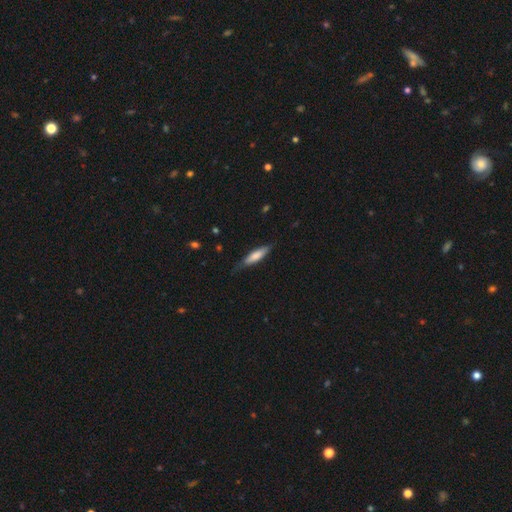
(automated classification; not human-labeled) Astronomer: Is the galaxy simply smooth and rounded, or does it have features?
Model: smooth — 70%.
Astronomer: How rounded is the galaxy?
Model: cigar-shaped — 71%.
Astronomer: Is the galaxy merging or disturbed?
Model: none — 74%.